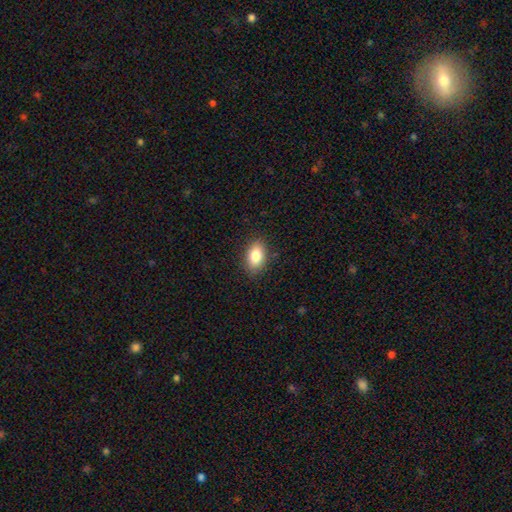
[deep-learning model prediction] smooth_or_featured: smooth (p=0.84) [alt: featured or disk p=0.08]
how_rounded: in between (p=0.88) [alt: round p=0.10]
merging: none (p=0.86) [alt: minor disturbance p=0.10]